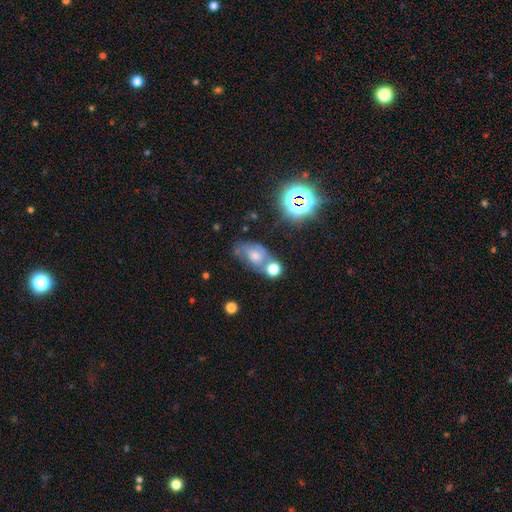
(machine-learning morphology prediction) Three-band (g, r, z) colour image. It shows a smooth galaxy with no disk features (47%). Merging: none (33%).